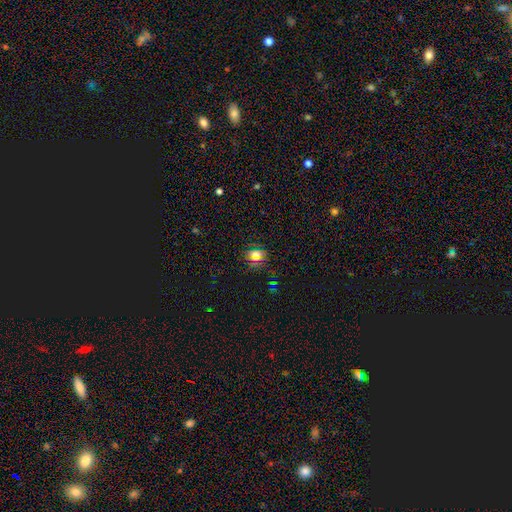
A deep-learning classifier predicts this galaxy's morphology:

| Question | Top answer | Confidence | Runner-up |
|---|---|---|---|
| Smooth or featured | smooth | 47% | star or artifact (42%) |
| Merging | none | 80% | minor disturbance (11%) |